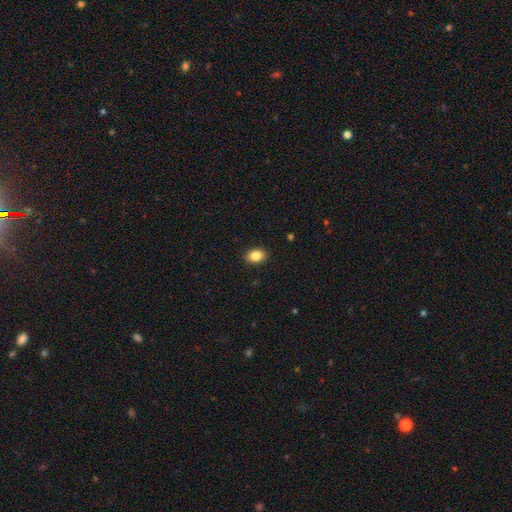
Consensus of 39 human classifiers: Smooth or featured? smooth (95%)
How rounded? in between (97%)
Merging? none (95%)